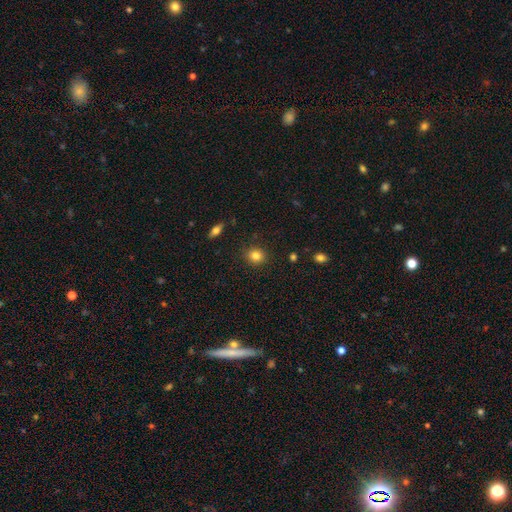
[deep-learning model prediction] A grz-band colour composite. It shows a smooth galaxy with no disk features (84%) that is round (79%). Merging: none (89%).